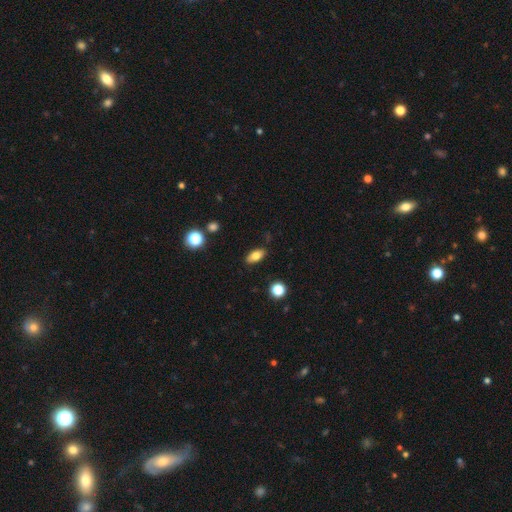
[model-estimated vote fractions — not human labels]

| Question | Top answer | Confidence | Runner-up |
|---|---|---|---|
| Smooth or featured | smooth | 78% | featured or disk (14%) |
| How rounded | in between | 87% | cigar-shaped (7%) |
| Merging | none | 86% | minor disturbance (10%) |